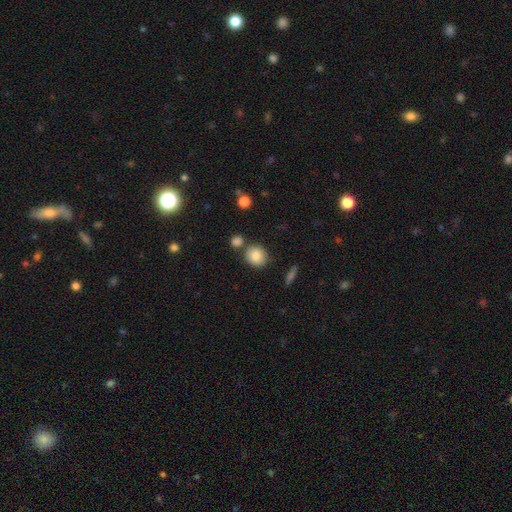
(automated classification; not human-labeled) smooth 85%, star or artifact 9%, featured or disk 7%. Down the decision tree: how rounded — round (76%); merging — none (72%).